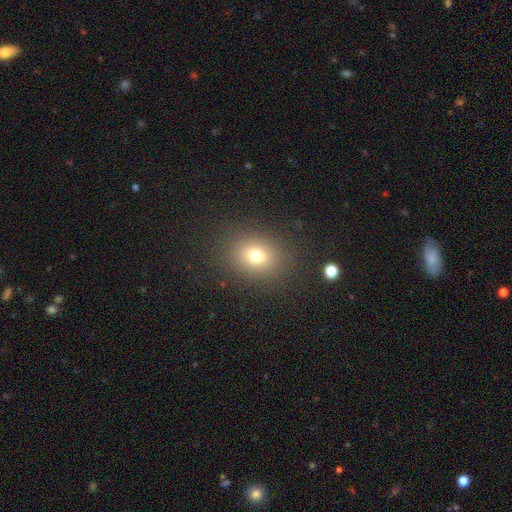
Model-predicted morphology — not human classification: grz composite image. It shows a smooth galaxy with no disk features (74%) that is round (54%). Merging: none (86%).